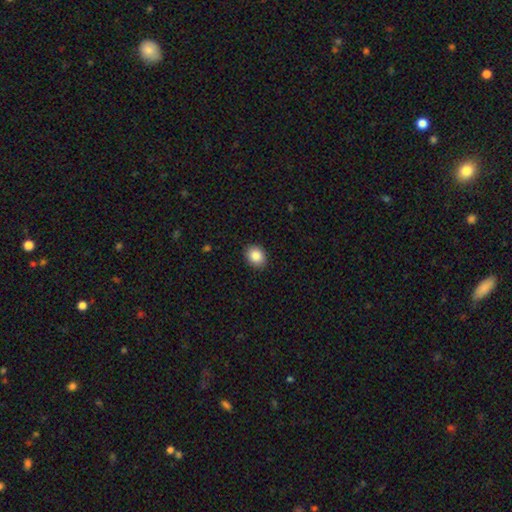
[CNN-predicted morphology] Smooth or featured? Predicted: smooth (p=0.87). How rounded? Predicted: in between (p=0.52). Merging? Predicted: none (p=0.90).